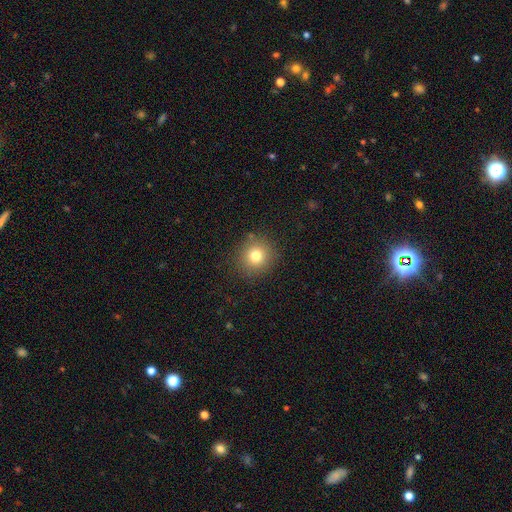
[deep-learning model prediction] Smooth or featured?
  - smooth: 77% *
  - star or artifact: 14%
  - featured or disk: 9%
How rounded?
  - round: 90% *
  - in between: 9%
  - cigar-shaped: 1%
Merging?
  - none: 88% *
  - minor disturbance: 8%
  - major disturbance: 3%
  - merger: 2%